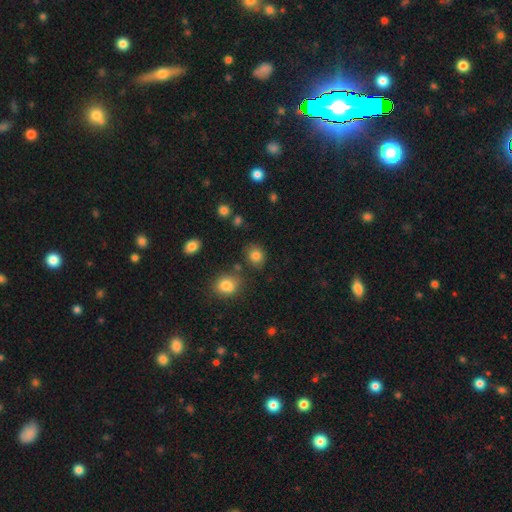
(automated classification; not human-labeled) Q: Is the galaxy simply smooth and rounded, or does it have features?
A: smooth — 82%.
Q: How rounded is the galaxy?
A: round — 69%.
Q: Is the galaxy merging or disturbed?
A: none — 80%.